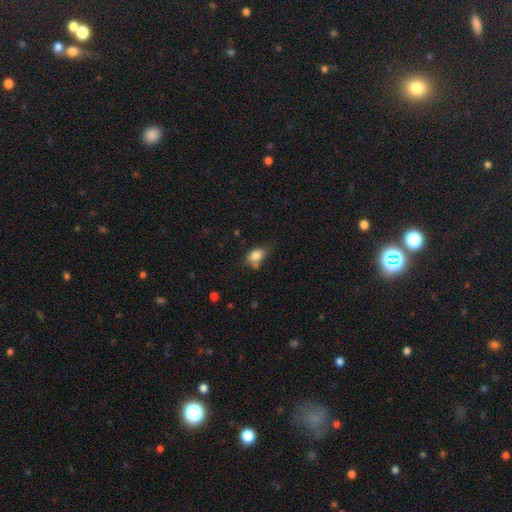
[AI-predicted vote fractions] Overall: smooth (83%). How rounded: in between (79%). Merging: none (55%; minor disturbance 26%).